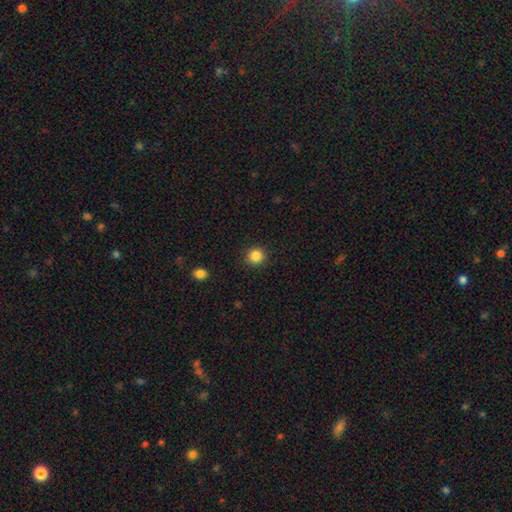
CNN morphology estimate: This is clearly a smooth galaxy (86%). How rounded: clearly round (91%). Merging: clearly none (91%).